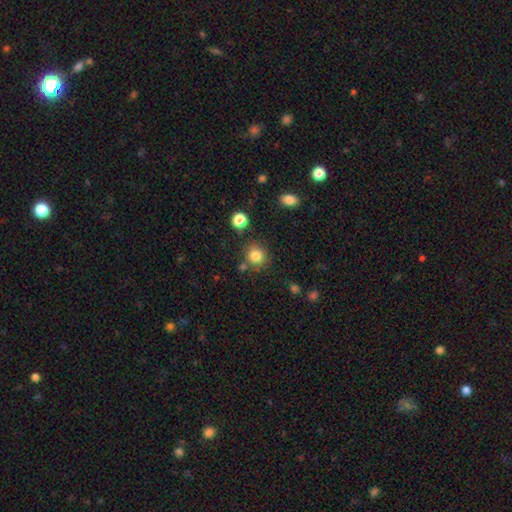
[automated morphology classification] Smooth or featured?
  - smooth: 82% *
  - star or artifact: 11%
  - featured or disk: 6%
How rounded?
  - round: 88% *
  - in between: 11%
  - cigar-shaped: 1%
Merging?
  - none: 79% *
  - minor disturbance: 10%
  - merger: 8%
  - major disturbance: 3%